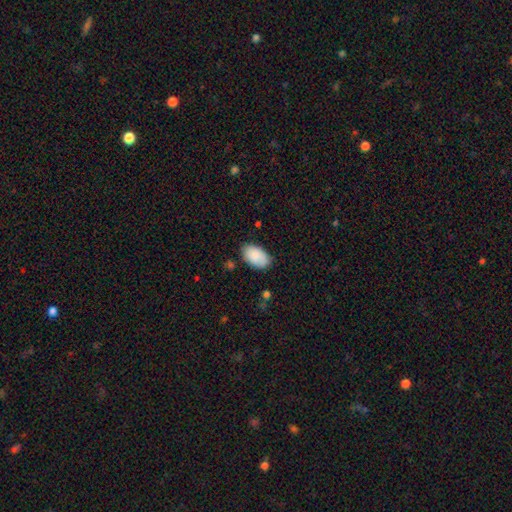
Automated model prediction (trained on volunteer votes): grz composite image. It shows a smooth galaxy with no disk features (88%) that is in between round and cigar-shaped (94%). Merging: none (77%).